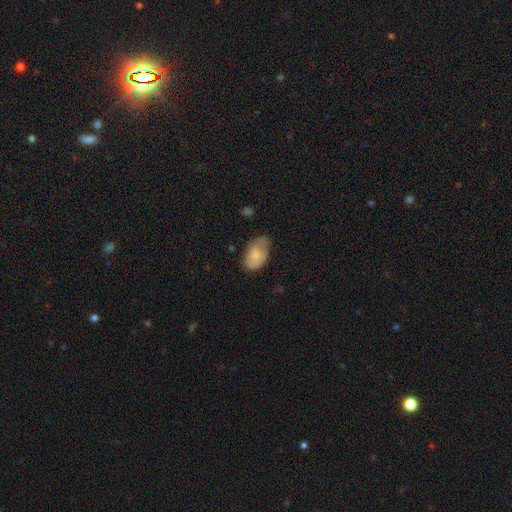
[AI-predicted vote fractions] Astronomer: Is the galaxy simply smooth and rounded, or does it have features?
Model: smooth — 69%.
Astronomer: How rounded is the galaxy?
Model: in between — 91%.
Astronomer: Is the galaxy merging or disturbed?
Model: none — 50% (runner-up: minor disturbance, 37%).